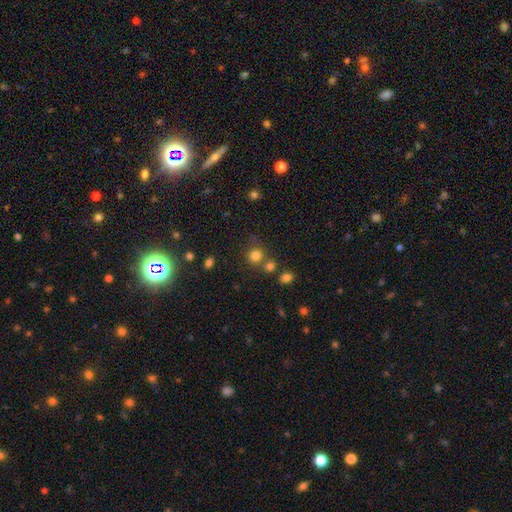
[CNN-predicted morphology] Smooth or featured: smooth — 77% (star or artifact — 16%)
How rounded: round — 87% (in between — 12%)
Merging: none — 65% (merger — 21%)